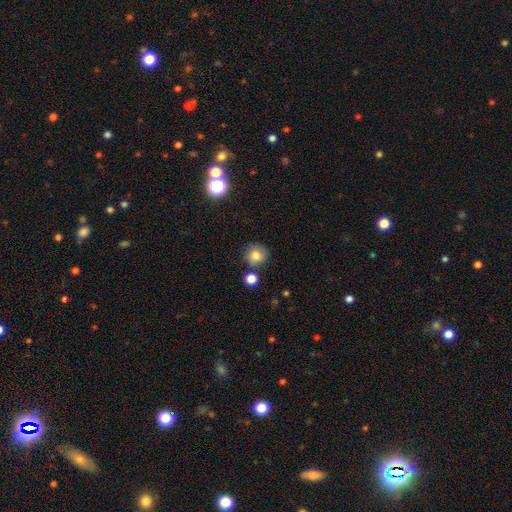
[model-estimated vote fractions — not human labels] Smooth or featured? smooth (81%)
How rounded? round (90%)
Merging? none (78%)